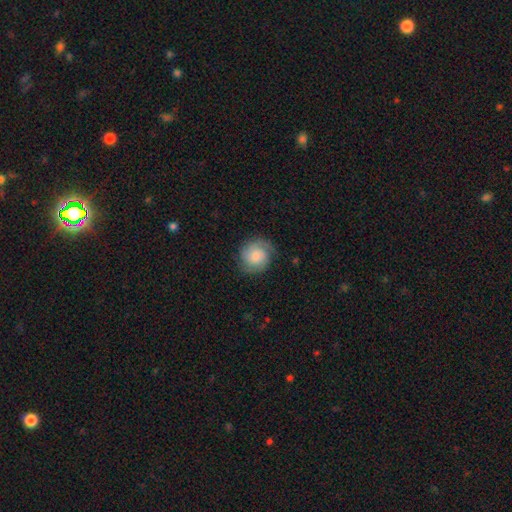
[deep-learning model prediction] Smooth or featured? featured or disk (56%)
Edge-on disk? no (98%)
Bar? no (75%)
Spiral arms? yes (92%)
Spiral winding? tight (55%)
Spiral arm count? 2 (55%)
Bulge size? small (48%)
Merging? none (78%)